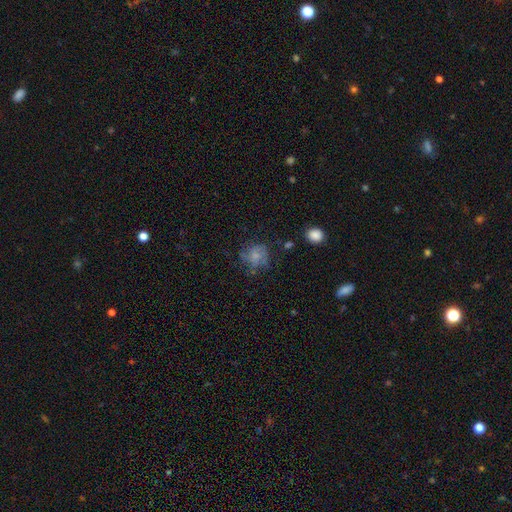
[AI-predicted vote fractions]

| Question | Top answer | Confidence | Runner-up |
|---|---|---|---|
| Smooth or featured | smooth | 57% | featured or disk (30%) |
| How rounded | round | 73% | in between (26%) |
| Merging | none | 53% | minor disturbance (24%) |